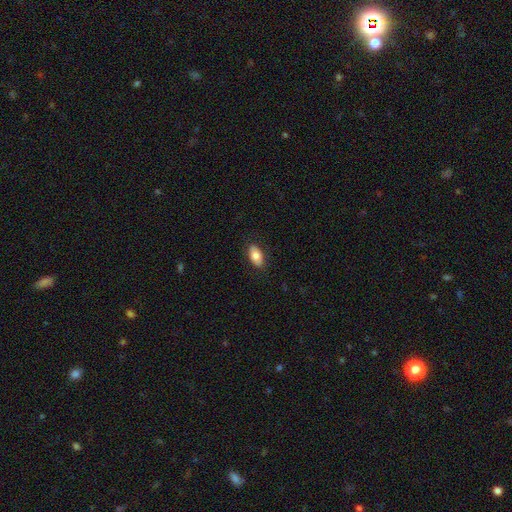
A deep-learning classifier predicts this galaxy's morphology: The model was most divided on "smooth or featured": smooth: 79%, featured or disk: 15%, star or artifact: 7%. More confident: how rounded — in between (92%); merging — none (86%).